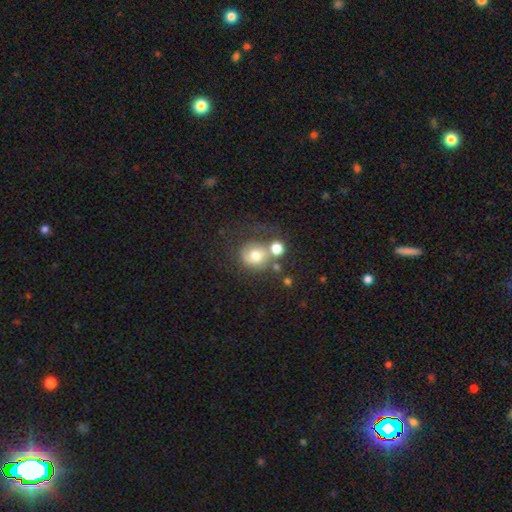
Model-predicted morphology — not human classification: smooth-or-featured: smooth: 62% | featured or disk: 28% | star or artifact: 11%
  how-rounded: round: 78% | in between: 21% | cigar-shaped: 1%
  merging: none: 37% | merger: 28% | major disturbance: 18% | minor disturbance: 17%